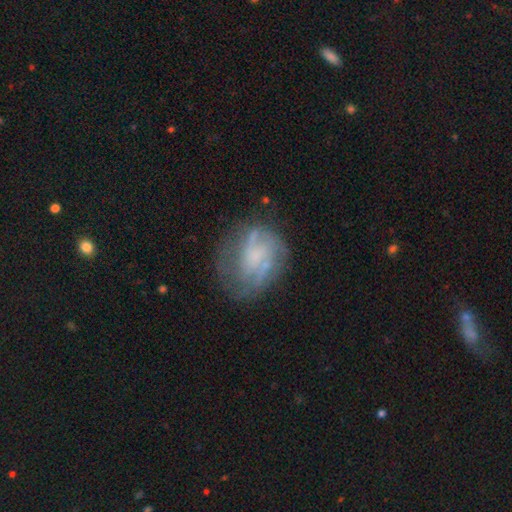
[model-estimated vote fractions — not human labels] featured or disk 60%, smooth 29%, star or artifact 10%. Down the decision tree: edge-on disk — no (97%); bar — no (68%); spiral arms — yes (65%); bulge size — none (43%); merging — none (57%).